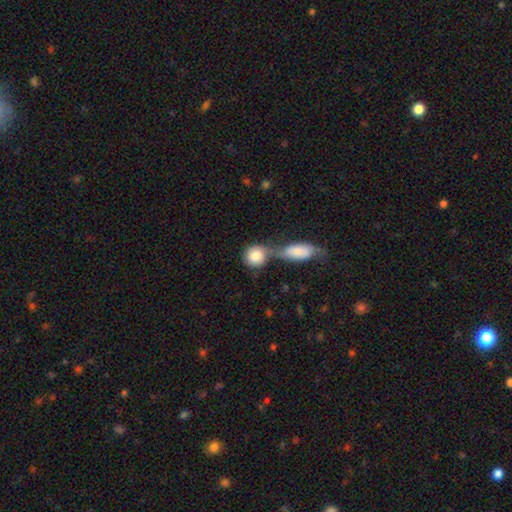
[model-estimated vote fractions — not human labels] The model was most divided on "merging": merger: 61%, none: 25%, minor disturbance: 8%, major disturbance: 6%. More confident: smooth or featured — smooth (82%); how rounded — round (78%).